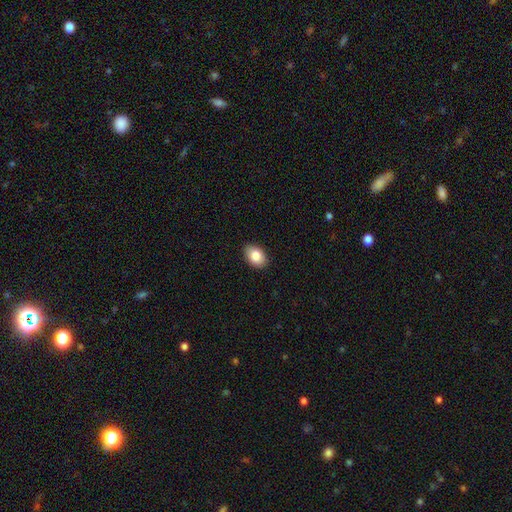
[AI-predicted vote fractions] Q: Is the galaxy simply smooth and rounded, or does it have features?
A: smooth — 86%.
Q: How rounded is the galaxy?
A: in between — 85%.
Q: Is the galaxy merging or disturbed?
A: none — 89%.